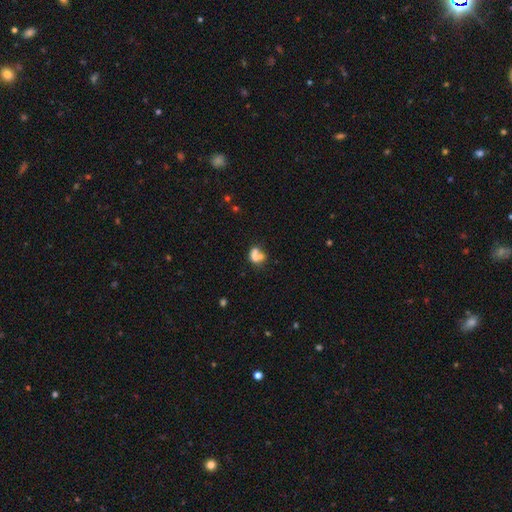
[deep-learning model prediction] The model was most divided on "how rounded": round: 53%, in between: 46%, cigar-shaped: 2%. More confident: smooth or featured — smooth (59%); merging — merger (56%).